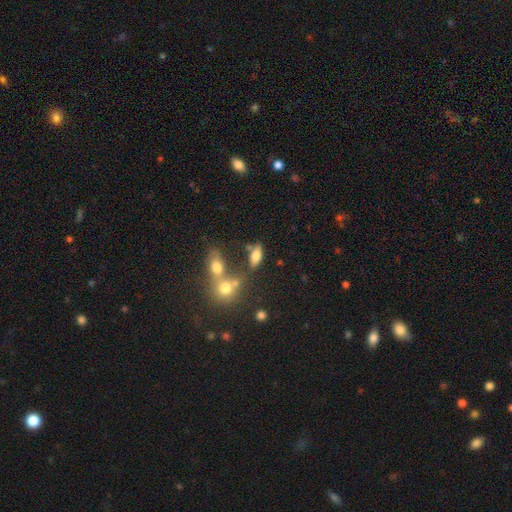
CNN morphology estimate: smooth_or_featured: smooth (p=0.69) [alt: featured or disk p=0.20]
how_rounded: in between (p=0.78) [alt: cigar-shaped p=0.15]
merging: none (p=0.58) [alt: merger p=0.20]